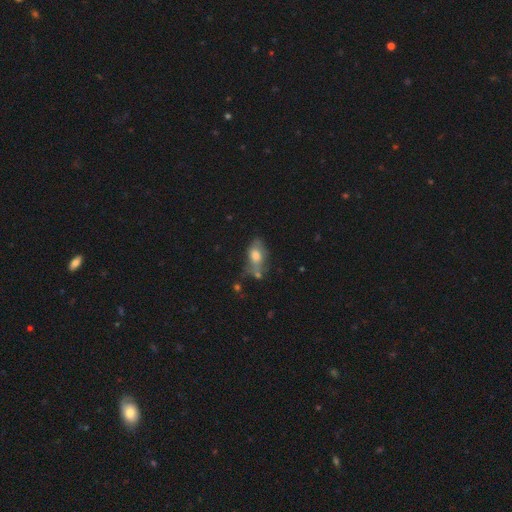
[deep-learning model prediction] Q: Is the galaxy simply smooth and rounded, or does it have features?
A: smooth — 63%.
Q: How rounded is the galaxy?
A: in between — 85%.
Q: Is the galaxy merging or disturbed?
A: none — 45%.